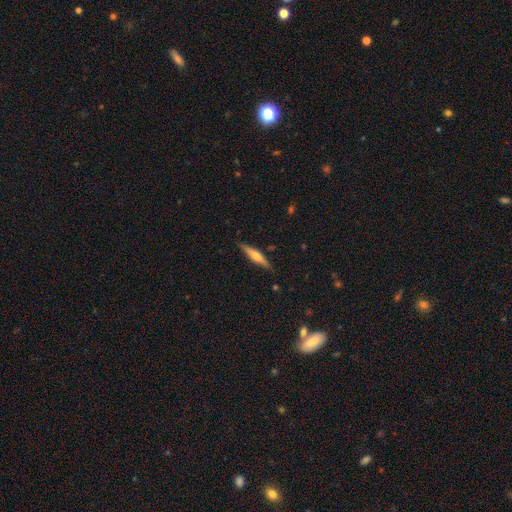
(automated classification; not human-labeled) Overall: featured or disk (60%; smooth 33%). Edge-on disk: yes (96%). Edge-on bulge: rounded (84%). Merging: none (87%).